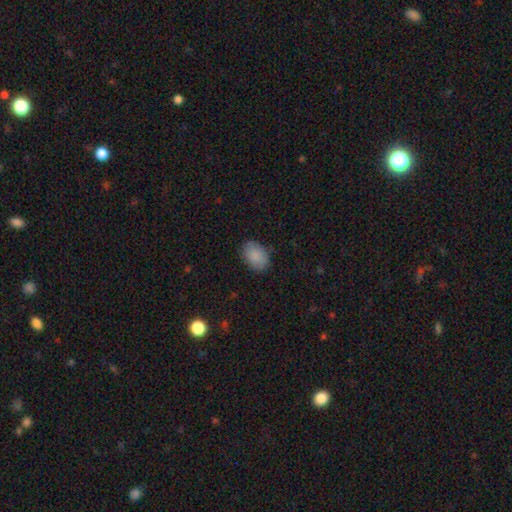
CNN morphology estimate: A smooth galaxy with no disk features (88%) that is in between round and cigar-shaped (82%).

Vote fractions:
- Smooth or featured? smooth: 88% / star or artifact: 7% / featured or disk: 5%
- How rounded? in between: 82% / round: 17% / cigar-shaped: 1%
- Merging? none: 84% / minor disturbance: 12% / major disturbance: 3% / merger: 1%